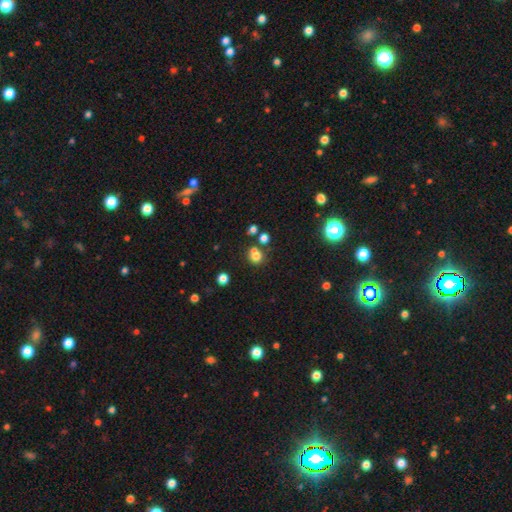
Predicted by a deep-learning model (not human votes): smooth-or-featured: smooth: 73% | star or artifact: 17% | featured or disk: 10%
  how-rounded: round: 84% | in between: 15% | cigar-shaped: 1%
  merging: none: 56% | merger: 30% | minor disturbance: 10% | major disturbance: 4%